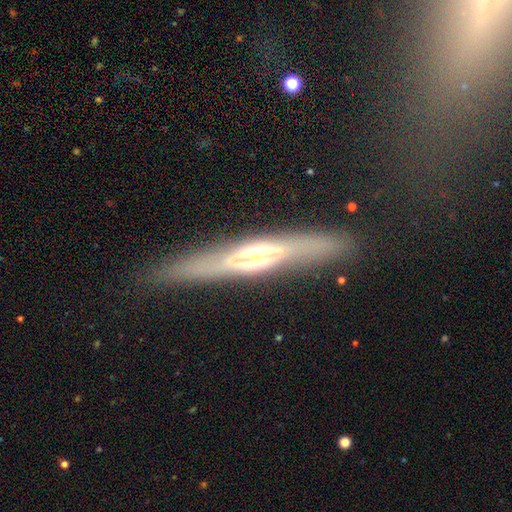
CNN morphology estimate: type=featured or disk (78%); edge-on=yes (88%); edge-on bulge=rounded (68%); merging=none (85%).